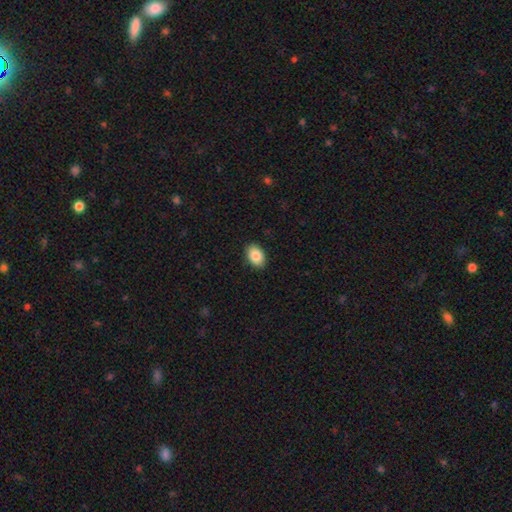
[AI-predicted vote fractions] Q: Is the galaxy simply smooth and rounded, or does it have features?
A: smooth — 86%.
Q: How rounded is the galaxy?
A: in between — 85%.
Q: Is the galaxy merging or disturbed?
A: none — 90%.